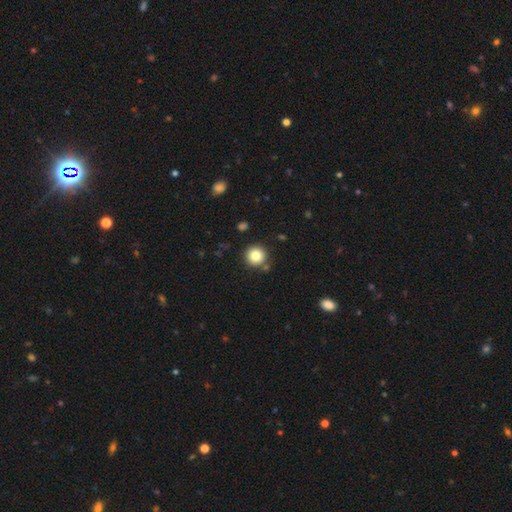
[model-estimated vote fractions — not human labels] Smooth or featured? smooth (83%)
How rounded? round (94%)
Merging? none (84%)